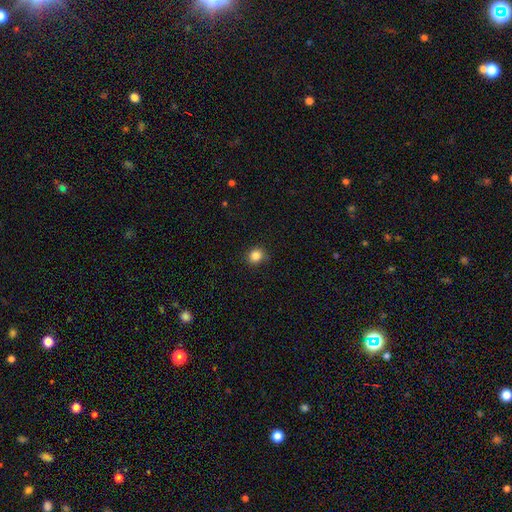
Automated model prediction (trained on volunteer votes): The model was most divided on "how rounded": round: 82%, in between: 17%, cigar-shaped: 1%. More confident: merging — none (86%); smooth or featured — smooth (85%).